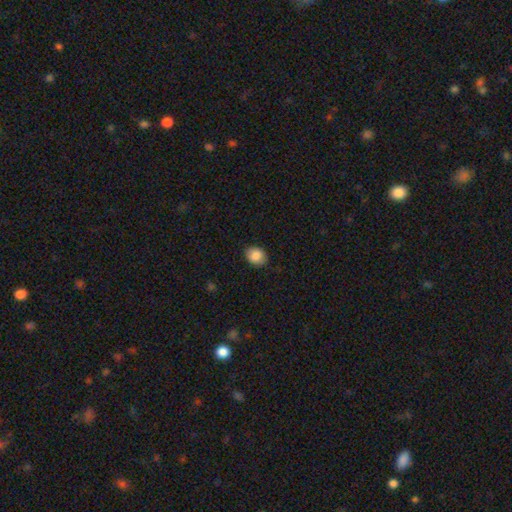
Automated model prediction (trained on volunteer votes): Smooth or featured: smooth — 87% (star or artifact — 8%)
How rounded: in between — 52% (round — 47%)
Merging: none — 86% (minor disturbance — 11%)